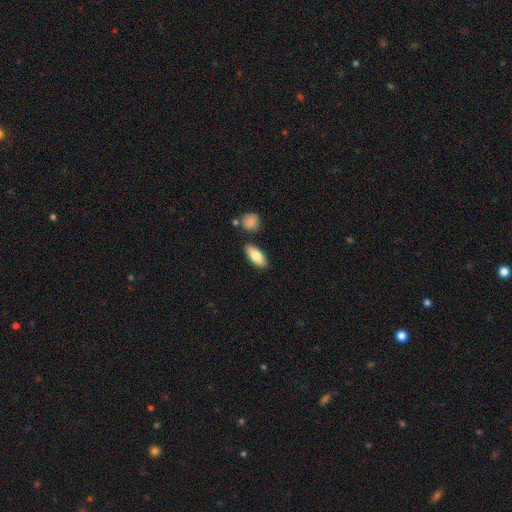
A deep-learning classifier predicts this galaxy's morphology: Overall: smooth (81%). How rounded: in between (84%). Merging: none (84%).